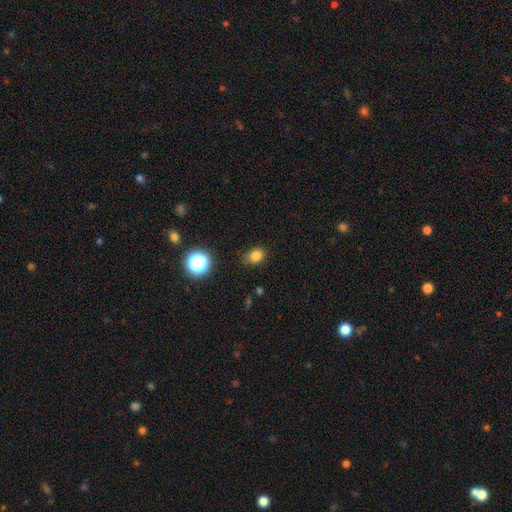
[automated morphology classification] smooth 80%, star or artifact 15%, featured or disk 5%. Down the decision tree: how rounded — in between (51%); merging — none (77%).